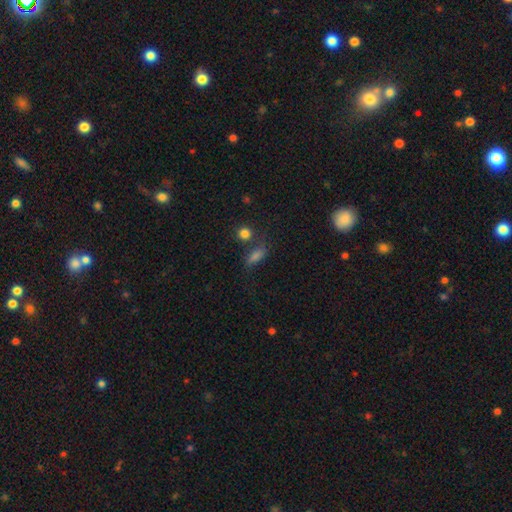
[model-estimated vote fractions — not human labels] Smooth or featured? Predicted: smooth (p=0.75). How rounded? Predicted: in between (p=0.70). Merging? Predicted: none (p=0.53).